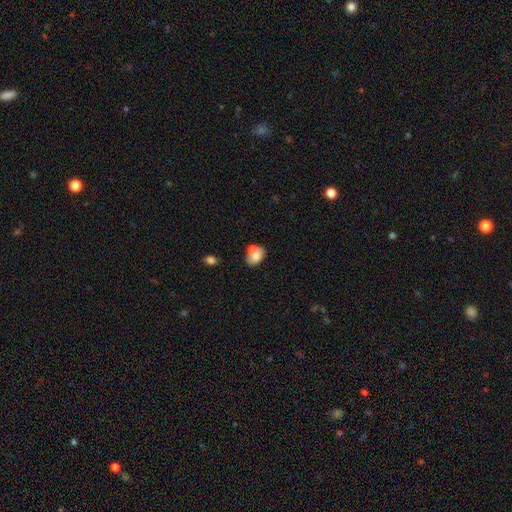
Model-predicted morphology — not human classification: A smooth galaxy with no disk features (70%) that is in between round and cigar-shaped (72%). Merging: none (40%, tied with merger).